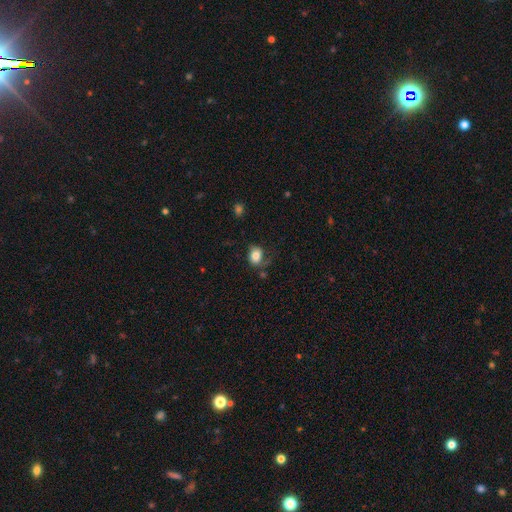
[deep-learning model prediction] Overall: smooth (76%). How rounded: in between (59%; round 40%). Merging: none (54%; minor disturbance 25%).